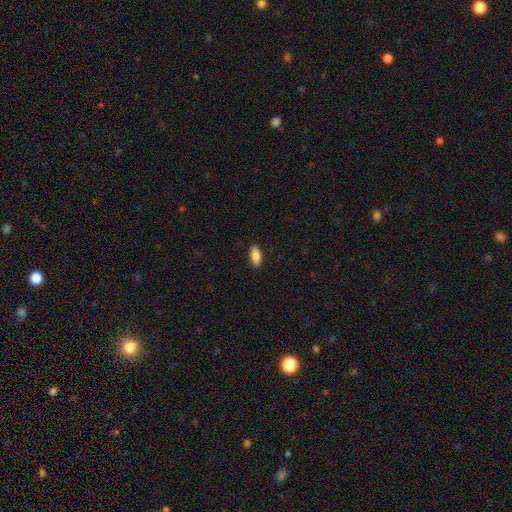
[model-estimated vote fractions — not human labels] Smooth or featured? Predicted: smooth (p=0.85). How rounded? Predicted: in between (p=0.81). Merging? Predicted: none (p=0.89).